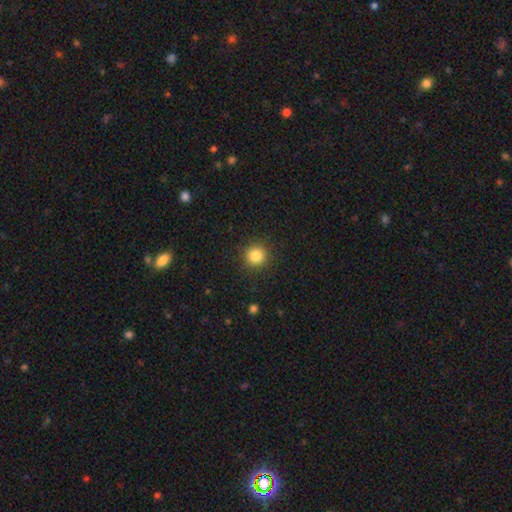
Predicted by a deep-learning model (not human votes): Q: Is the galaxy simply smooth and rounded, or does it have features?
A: smooth — 84%.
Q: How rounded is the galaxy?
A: round — 94%.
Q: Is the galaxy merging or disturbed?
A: none — 91%.